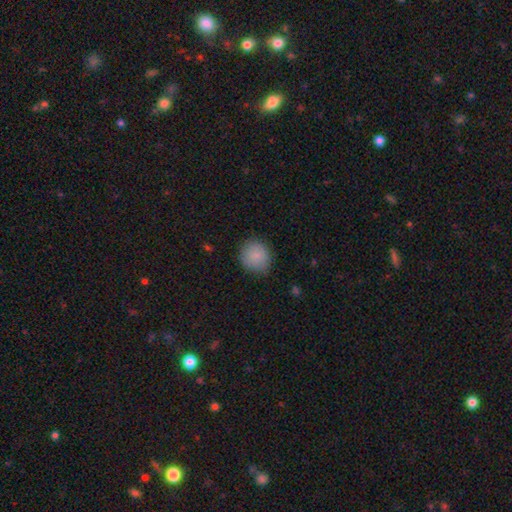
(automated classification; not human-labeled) Smooth or featured? smooth (85%)
How rounded? round (87%)
Merging? none (82%)